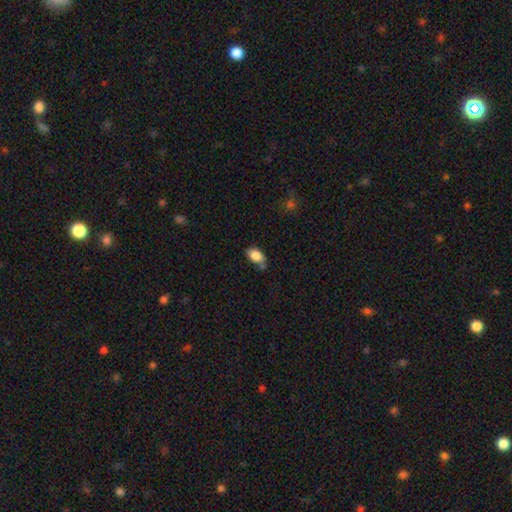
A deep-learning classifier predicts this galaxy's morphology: smooth_or_featured: smooth (p=0.86) [alt: star or artifact p=0.08]
how_rounded: in between (p=0.91) [alt: round p=0.07]
merging: none (p=0.61) [alt: minor disturbance p=0.22]